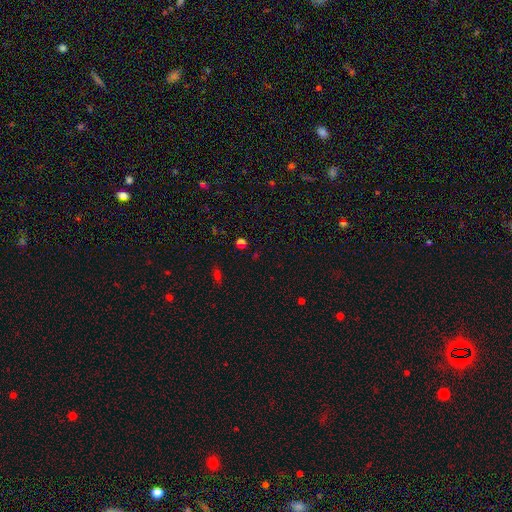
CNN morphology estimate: Overall: star or artifact (51%; smooth 42%).